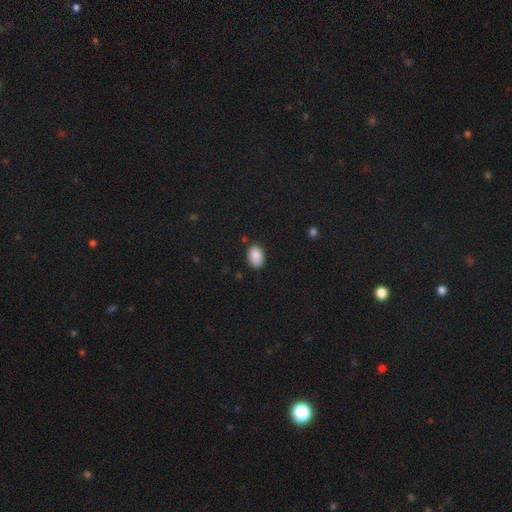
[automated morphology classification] Overall: smooth (89%). How rounded: in between (86%). Merging: none (83%).